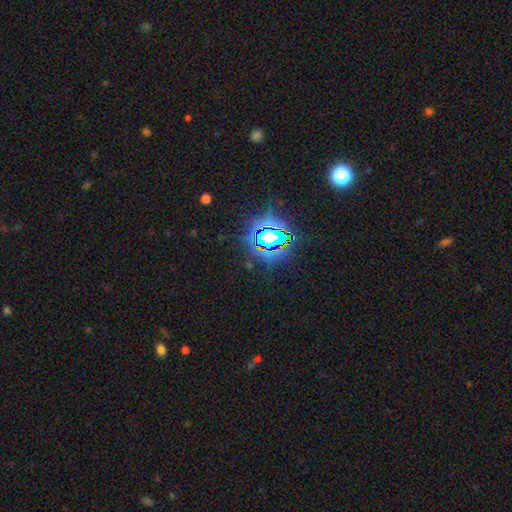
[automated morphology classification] This appears to be a star or artifact, not a galaxy (84%).